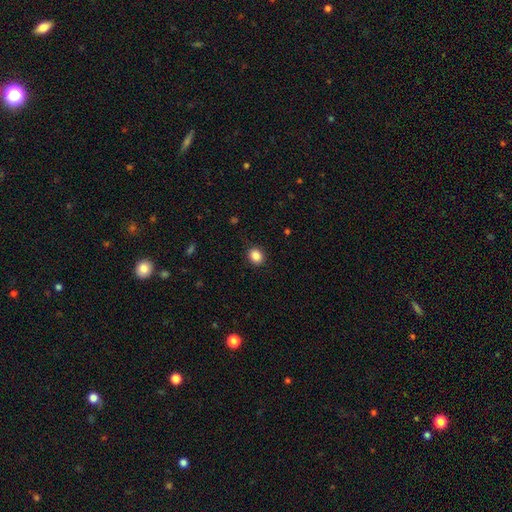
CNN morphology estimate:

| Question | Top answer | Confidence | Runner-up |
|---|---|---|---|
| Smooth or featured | smooth | 87% | star or artifact (10%) |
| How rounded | round | 61% | in between (38%) |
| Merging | none | 88% | minor disturbance (8%) |